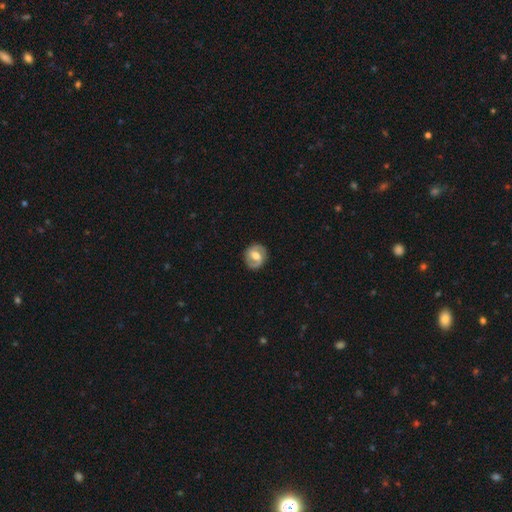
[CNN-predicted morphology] Smooth or featured? featured or disk (70%)
Edge-on disk? no (97%)
Bar? weak (48%)
Spiral arms? yes (82%)
Spiral winding? medium (48%)
Spiral arm count? 2 (88%)
Bulge size? moderate (63%)
Merging? none (86%)